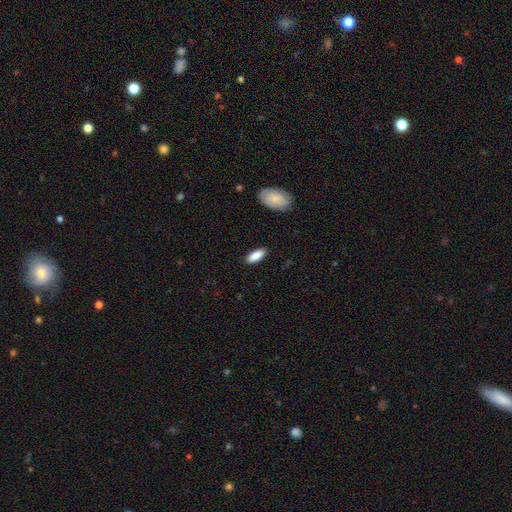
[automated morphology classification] smooth-or-featured: smooth: 88% | featured or disk: 6% | star or artifact: 6%
  how-rounded: in between: 73% | cigar-shaped: 25% | round: 2%
  merging: none: 87% | minor disturbance: 10% | major disturbance: 2% | merger: 1%